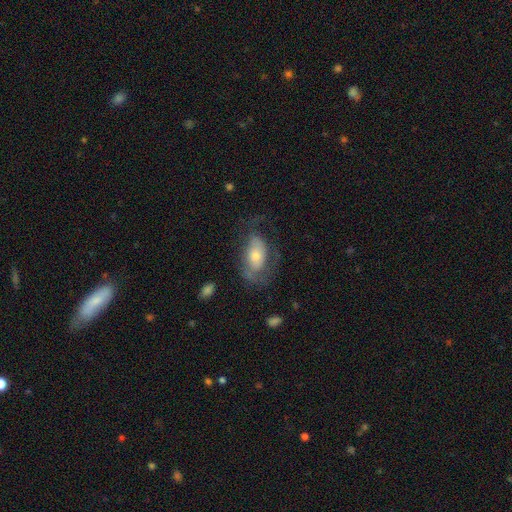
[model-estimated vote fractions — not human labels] A featured or disk galaxy (49%). Merging: none (46%).